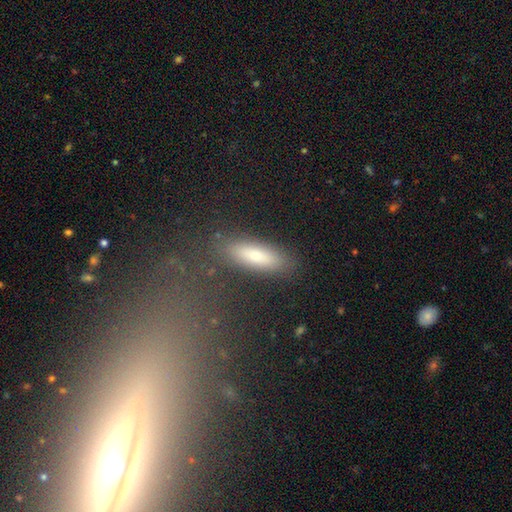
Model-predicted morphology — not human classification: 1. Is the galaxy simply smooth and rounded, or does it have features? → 74% smooth, 18% featured or disk, 8% star or artifact.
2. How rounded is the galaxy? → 53% in between, 45% cigar-shaped, 3% round.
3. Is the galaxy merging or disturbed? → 84% none, 10% minor disturbance, 3% major disturbance, 2% merger.